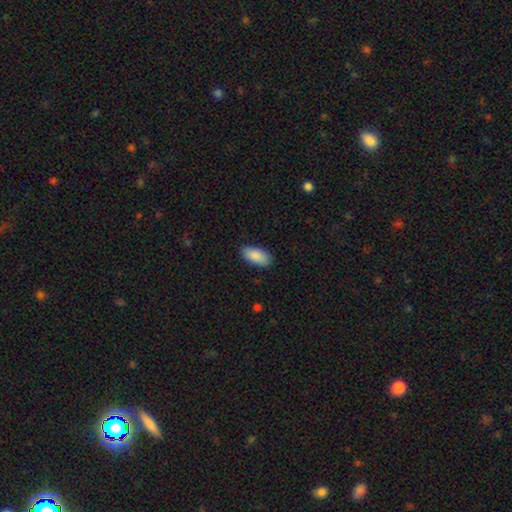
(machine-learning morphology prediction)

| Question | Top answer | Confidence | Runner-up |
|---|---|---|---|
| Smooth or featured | smooth | 89% | star or artifact (6%) |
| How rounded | in between | 92% | cigar-shaped (6%) |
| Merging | none | 85% | minor disturbance (12%) |